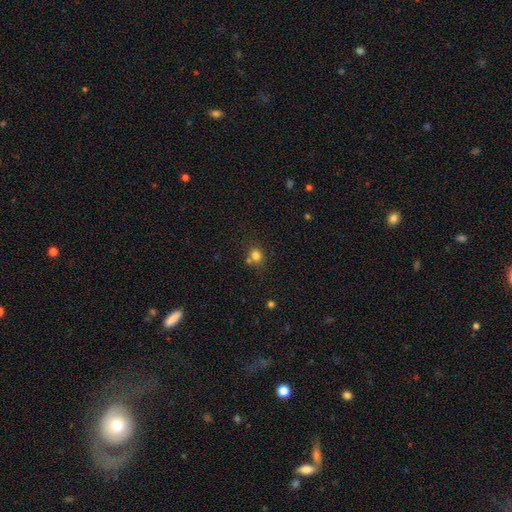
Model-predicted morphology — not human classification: A smooth galaxy with no disk features (79%) that is round (76%). Merging: none (60%).